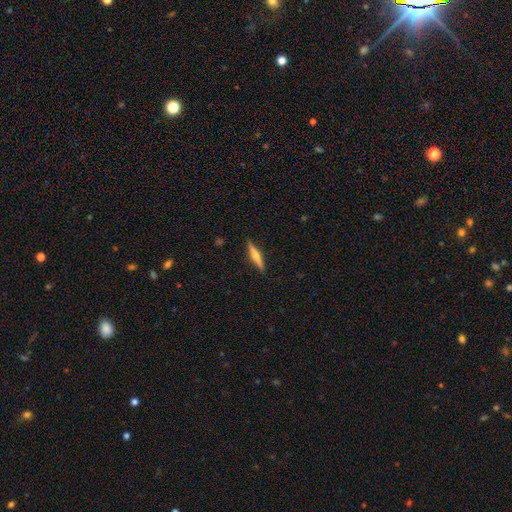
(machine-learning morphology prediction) This is possibly a featured or disk galaxy (50%). It is clearly viewed edge-on (97%). Merging: clearly none (90%).